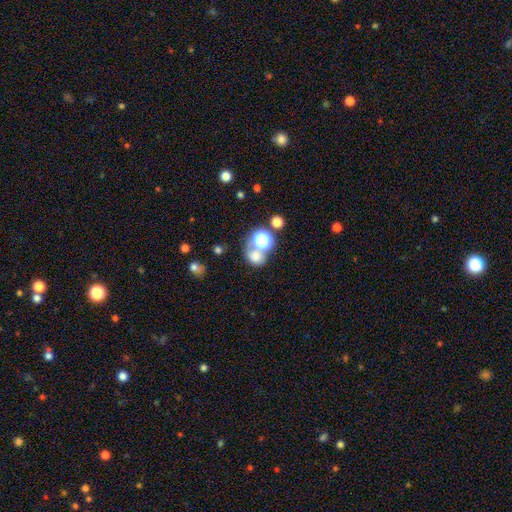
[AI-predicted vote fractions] This is likely a smooth galaxy (67%). How rounded: likely round (67%). Merging: marginally merger (42%).